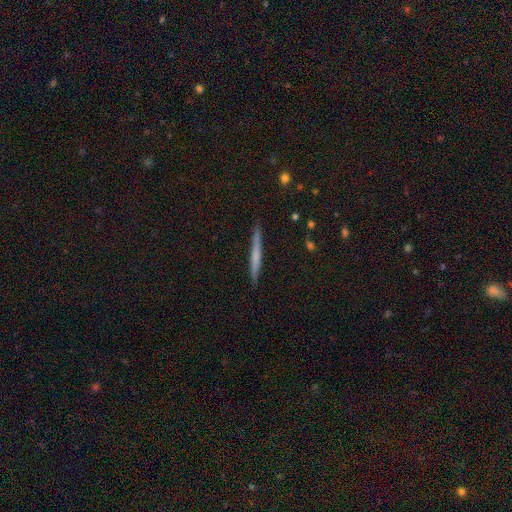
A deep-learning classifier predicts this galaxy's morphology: A smooth galaxy with no disk features (51%) that is cigar-shaped (96%). Merging: none (90%).